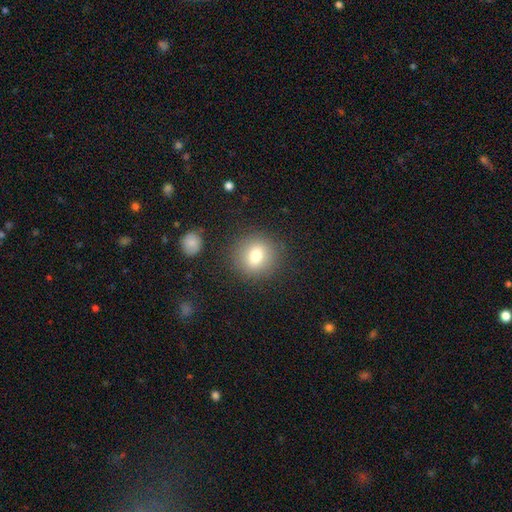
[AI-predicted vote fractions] Smooth or featured? smooth (76%)
How rounded? round (85%)
Merging? none (86%)